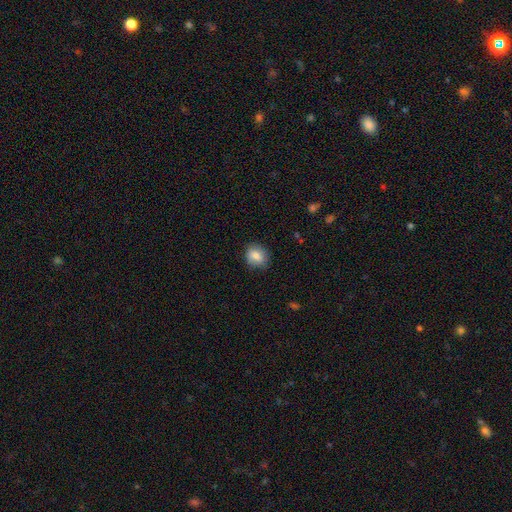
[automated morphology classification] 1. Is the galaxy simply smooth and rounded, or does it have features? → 80% smooth, 12% featured or disk, 8% star or artifact.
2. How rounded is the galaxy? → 54% round, 45% in between, 1% cigar-shaped.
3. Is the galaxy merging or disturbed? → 77% none, 18% minor disturbance, 4% major disturbance, 1% merger.